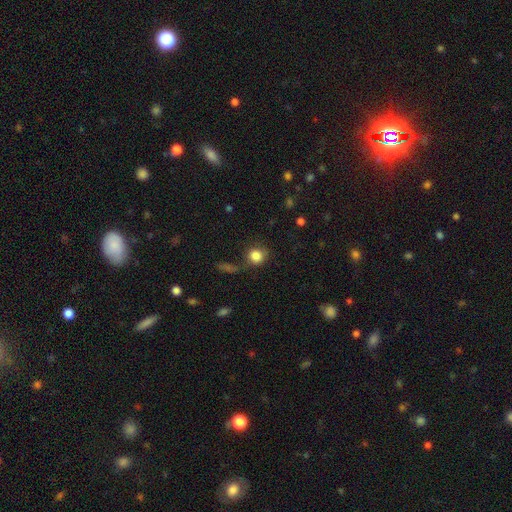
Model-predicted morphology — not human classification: This appears to be a smooth galaxy with no disk features (84%) that is round (85%). Merging: none (61%).